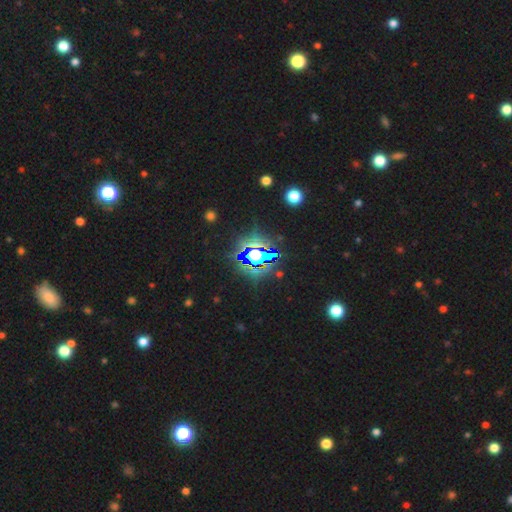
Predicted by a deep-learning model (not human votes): Q: Smooth or featured?
A: star or artifact (76%); runner-up: smooth (14%)